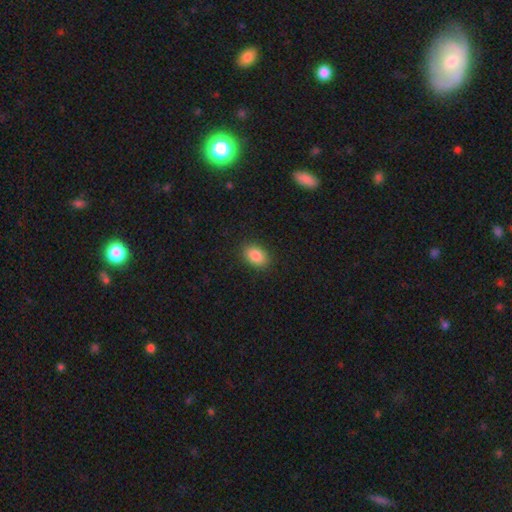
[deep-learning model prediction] Smooth or featured? smooth (87%)
How rounded? in between (84%)
Merging? none (89%)